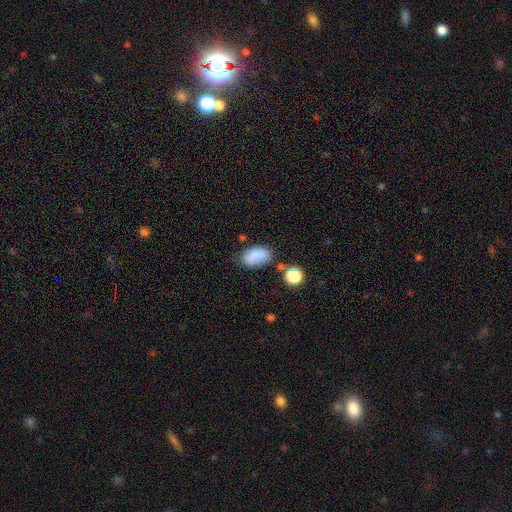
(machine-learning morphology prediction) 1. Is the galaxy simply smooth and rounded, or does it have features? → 83% smooth, 10% star or artifact, 7% featured or disk.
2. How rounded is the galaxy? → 91% in between, 8% round, 2% cigar-shaped.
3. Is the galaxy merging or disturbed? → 66% none, 21% minor disturbance, 7% merger, 6% major disturbance.